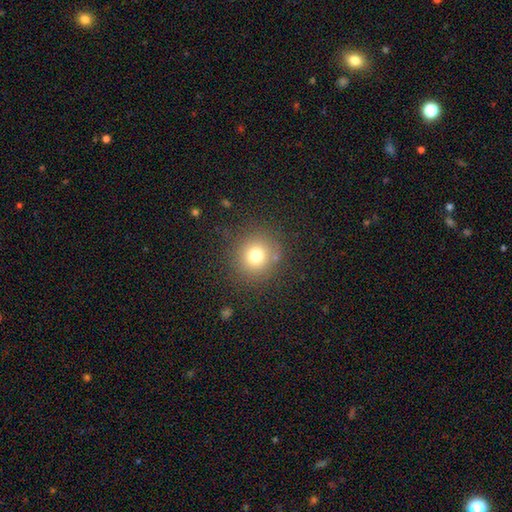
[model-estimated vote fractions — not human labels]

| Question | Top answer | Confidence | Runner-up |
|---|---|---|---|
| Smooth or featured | smooth | 75% | star or artifact (15%) |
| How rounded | round | 92% | in between (7%) |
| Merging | none | 85% | minor disturbance (8%) |